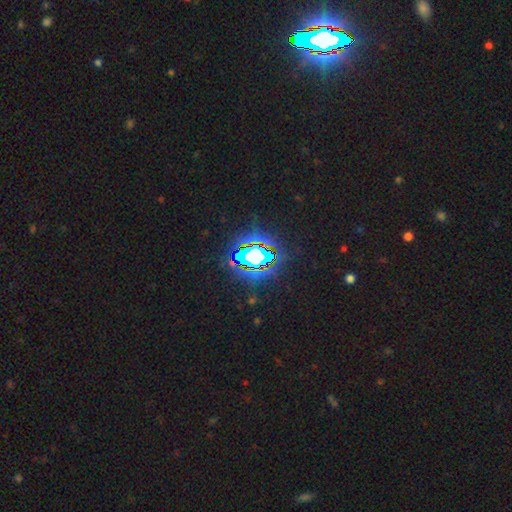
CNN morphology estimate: This appears to be a star or artifact, not a galaxy (72%).